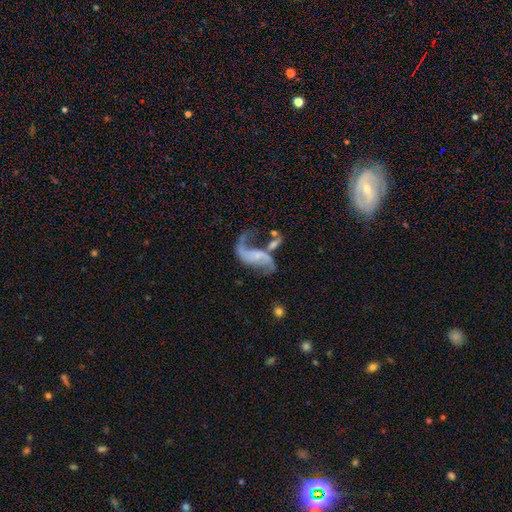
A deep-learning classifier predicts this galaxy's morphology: This appears to be a featured or disk galaxy (82%) with no bar (50%), 2 (84%) loose (84%) spiral arms (89%) and a small central bulge (43%). Merging: none (33%).